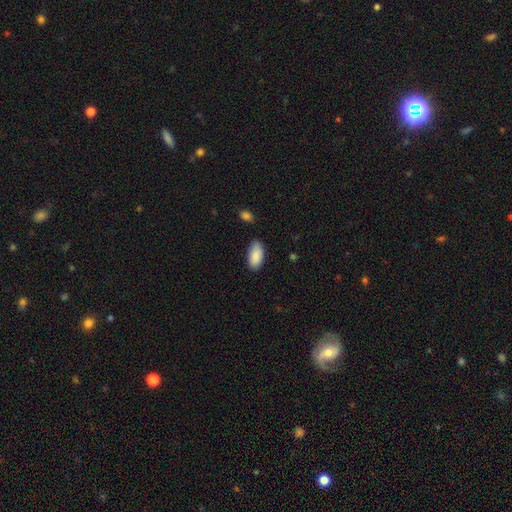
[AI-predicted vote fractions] smooth 90%, star or artifact 6%, featured or disk 4%. Down the decision tree: how rounded — in between (93%); merging — none (83%).